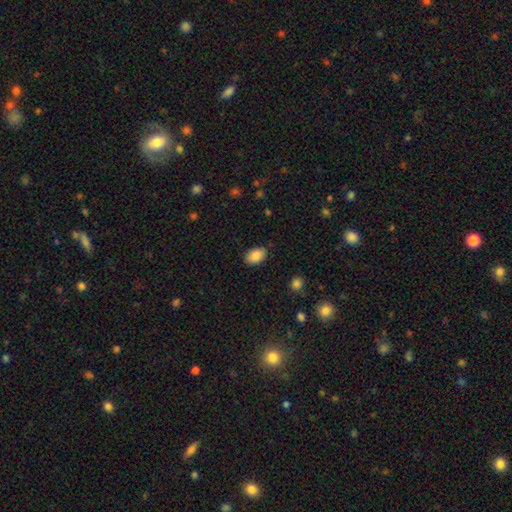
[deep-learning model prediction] A smooth galaxy with no disk features (87%) that is in between round and cigar-shaped (89%). Merging: none (84%).